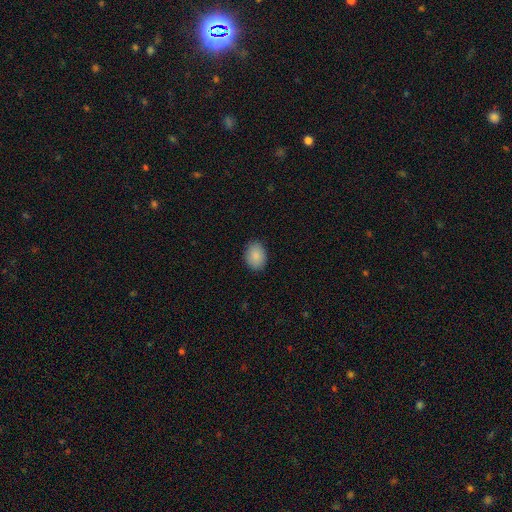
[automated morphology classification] Smooth or featured? smooth (89%)
How rounded? in between (70%)
Merging? none (88%)